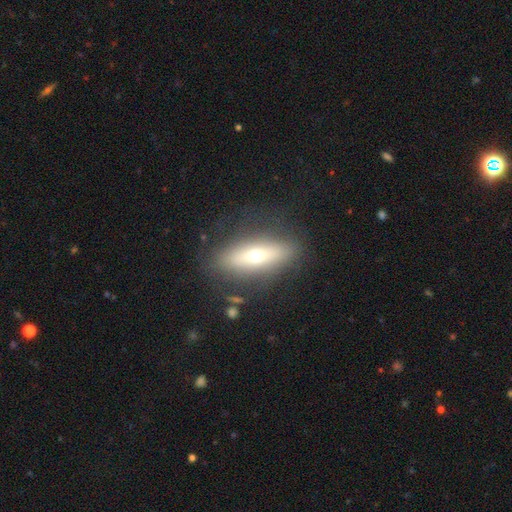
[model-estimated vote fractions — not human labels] This is possibly a smooth galaxy (51%). How rounded: possibly in between (51%). Merging: clearly none (81%).